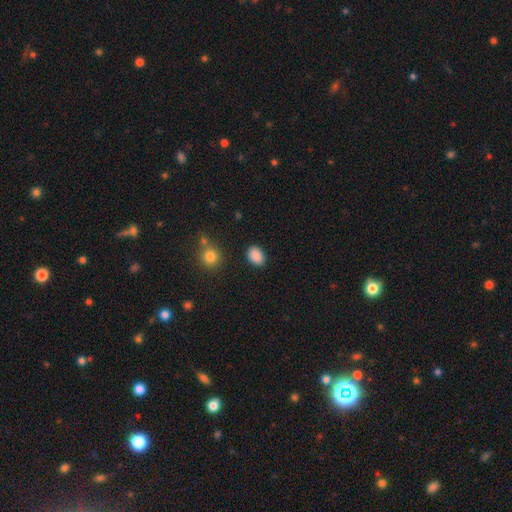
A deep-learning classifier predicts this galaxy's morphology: Smooth or featured: smooth — 88% (star or artifact — 8%)
How rounded: in between — 75% (round — 23%)
Merging: none — 87% (minor disturbance — 8%)